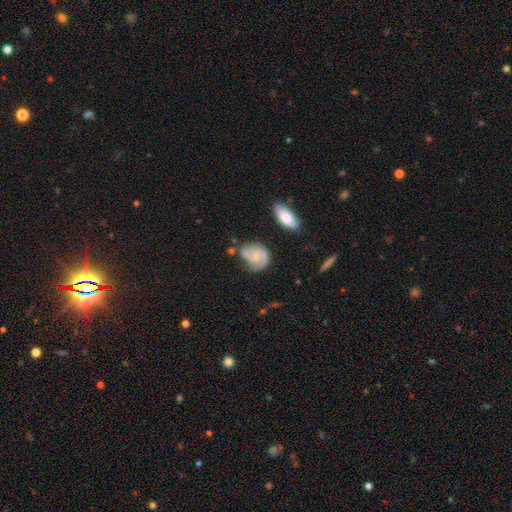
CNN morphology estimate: A featured or disk galaxy (72%) with no bar (53%), 2 (71%) medium (45%) spiral arms (93%) and a small central bulge (52%). Merging: none (59%).